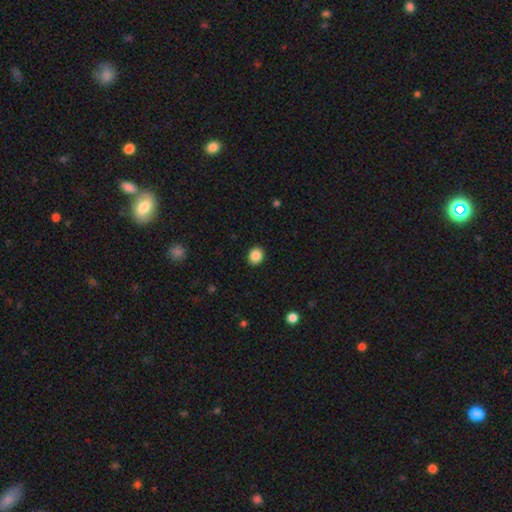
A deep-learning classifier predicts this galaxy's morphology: Smooth or featured? smooth (87%)
How rounded? round (73%)
Merging? none (92%)